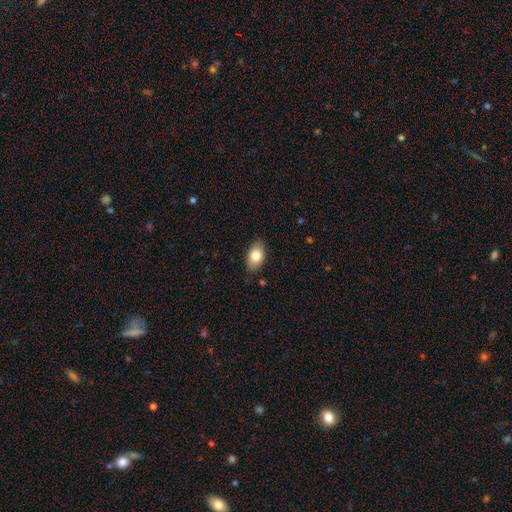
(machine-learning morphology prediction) This appears to be a smooth galaxy with no disk features (81%) that is in between round and cigar-shaped (90%). Merging: none (83%).